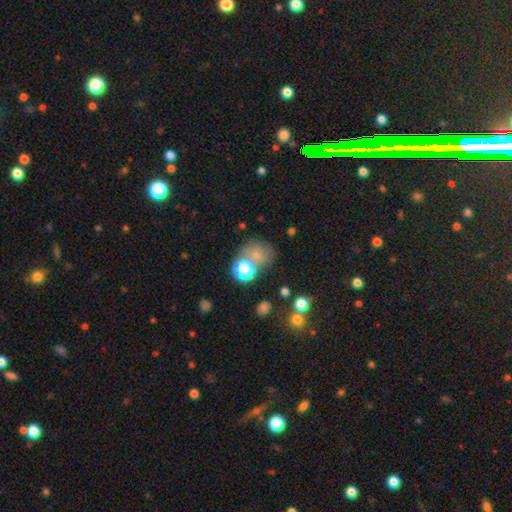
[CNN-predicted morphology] smooth_or_featured: smooth (p=0.66) [alt: star or artifact p=0.23]
how_rounded: round (p=0.66) [alt: in between p=0.33]
merging: none (p=0.56) [alt: merger p=0.19]